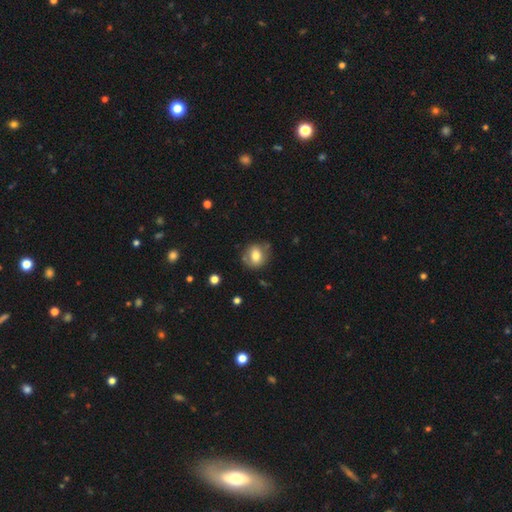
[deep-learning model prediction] smooth-or-featured: smooth: 71% | featured or disk: 20% | star or artifact: 9%
  how-rounded: round: 67% | in between: 31% | cigar-shaped: 1%
  merging: none: 72% | minor disturbance: 18% | major disturbance: 5% | merger: 4%